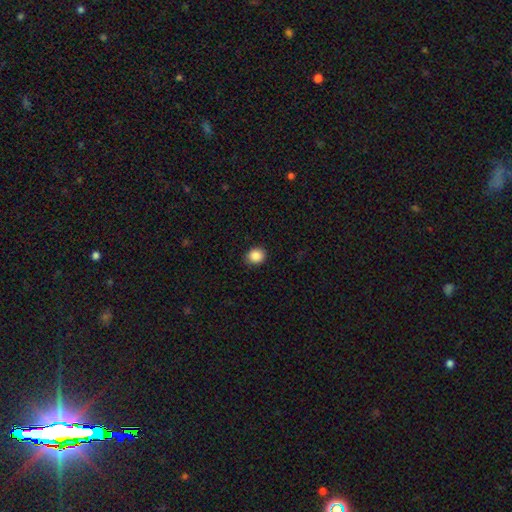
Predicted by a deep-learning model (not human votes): This is clearly a smooth galaxy (88%). How rounded: likely round (75%). Merging: clearly none (89%).